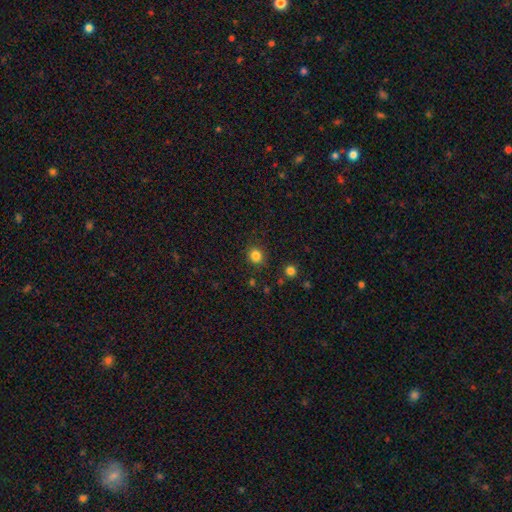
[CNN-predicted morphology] This is clearly a smooth galaxy (83%). How rounded: clearly round (83%). Merging: clearly none (87%).